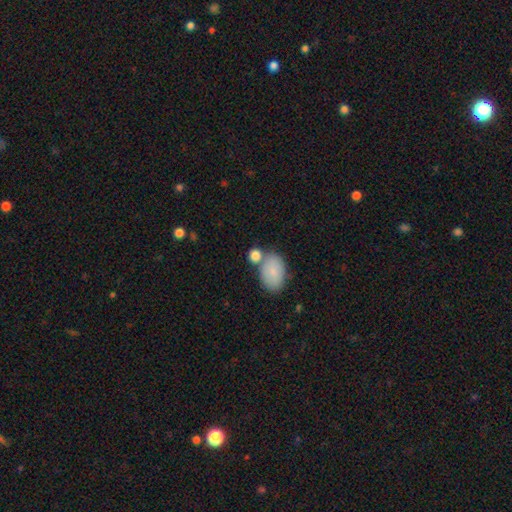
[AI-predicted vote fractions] This appears to be a smooth galaxy with no disk features (83%) that is in between round and cigar-shaped (56%). Merging: none (53%).